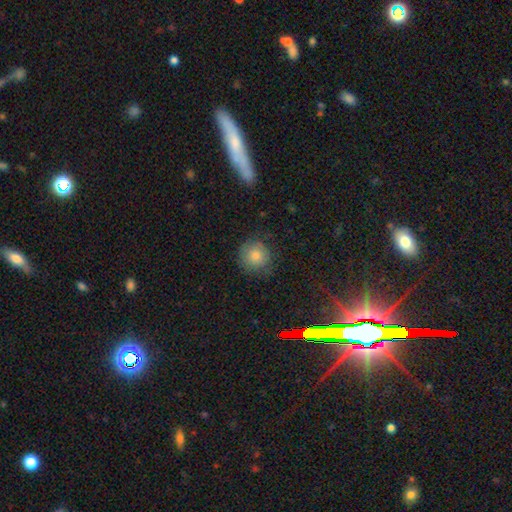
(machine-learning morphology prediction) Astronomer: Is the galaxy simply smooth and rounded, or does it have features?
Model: smooth — 72%.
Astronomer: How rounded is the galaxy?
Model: round — 91%.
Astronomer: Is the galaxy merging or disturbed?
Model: none — 80%.